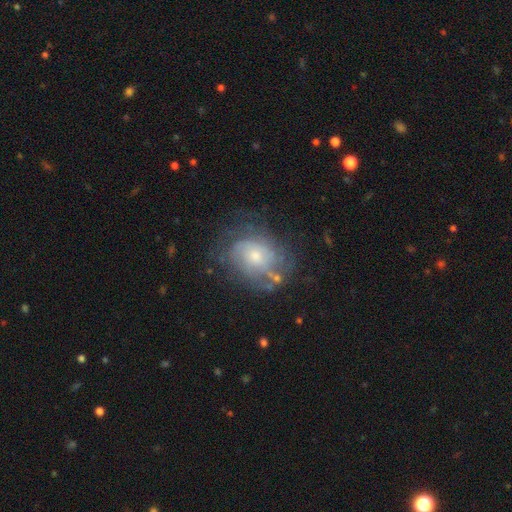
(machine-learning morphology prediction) This appears to be a featured or disk galaxy (67%) with no bar (78%), tight (53%) spiral arms (78%) and a moderate central bulge (51%). Merging: none (59%).